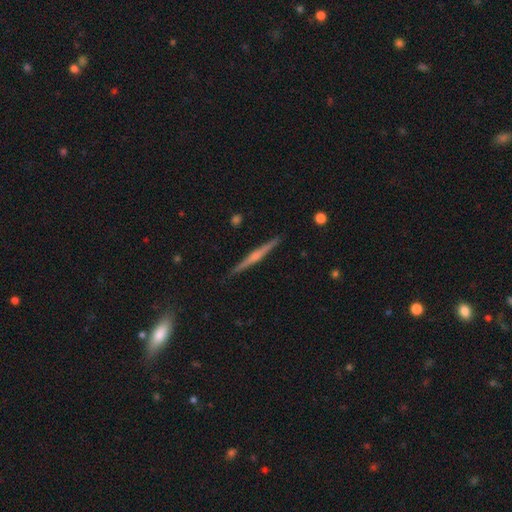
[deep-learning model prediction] A featured or disk galaxy (68%) viewed edge-on (98%) with a rounded central bulge (61%).

Vote fractions:
- Smooth or featured? featured or disk: 68% / smooth: 26% / star or artifact: 6%
- Edge-on disk? yes: 98% / no: 2%
- Edge-on bulge? rounded: 61% / none: 27% / boxy: 12%
- Merging? none: 91% / minor disturbance: 7% / major disturbance: 1% / merger: 1%